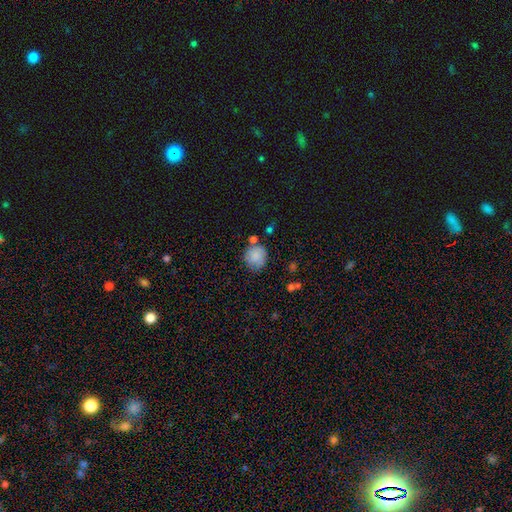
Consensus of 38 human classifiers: A smooth galaxy with no disk features (82%) that is round (97%).

Vote fractions:
- Smooth or featured? smooth: 82% / star or artifact: 11% / featured or disk: 8%
- How rounded? round: 97% / in between: 3% / cigar-shaped: 0%
- Merging? none: 85% / minor disturbance: 9% / merger: 6% / major disturbance: 0%